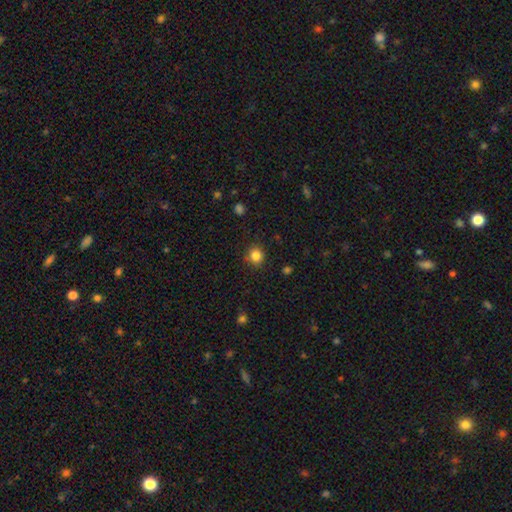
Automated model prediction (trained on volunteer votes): This is clearly a smooth galaxy (84%). How rounded: clearly round (85%). Merging: clearly none (86%).